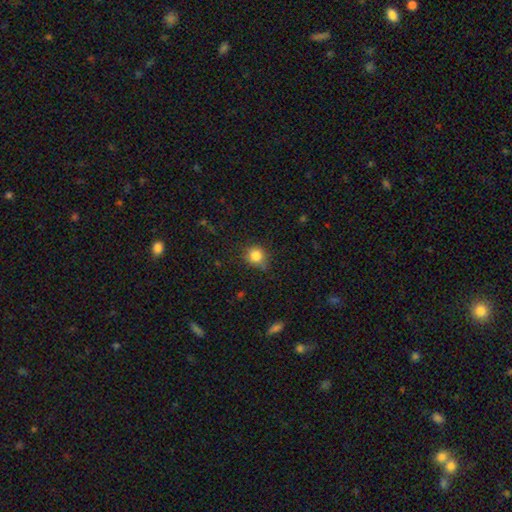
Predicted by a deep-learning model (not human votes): Q: Smooth or featured?
A: smooth (83%); runner-up: star or artifact (11%)
Q: How rounded?
A: round (84%); runner-up: in between (15%)
Q: Merging?
A: none (71%); runner-up: minor disturbance (23%)